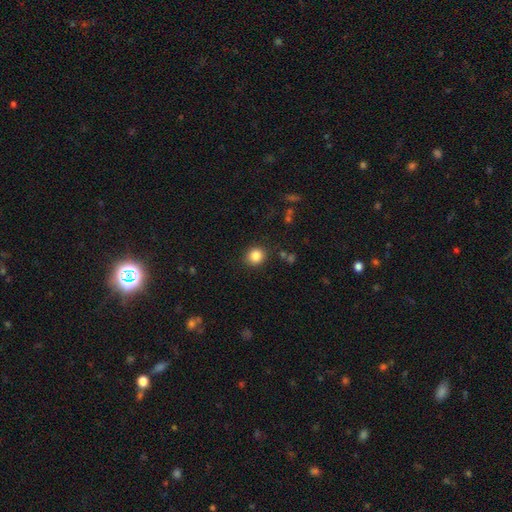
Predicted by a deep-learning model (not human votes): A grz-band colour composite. It shows a smooth galaxy with no disk features (85%) that is round (81%). Merging: none (88%).